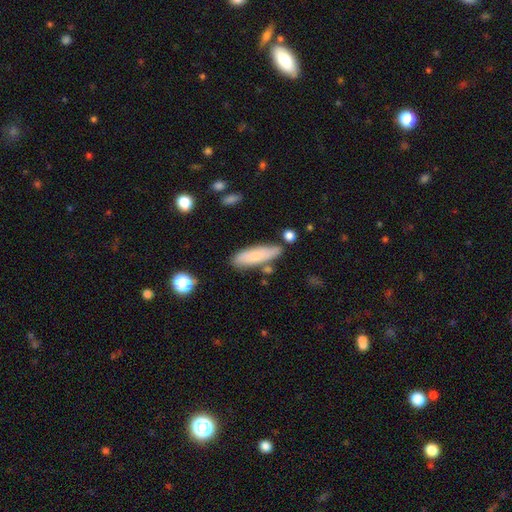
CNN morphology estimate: Smooth or featured: smooth — 77% (featured or disk — 16%)
How rounded: cigar-shaped — 55% (in between — 43%)
Merging: none — 74% (minor disturbance — 16%)